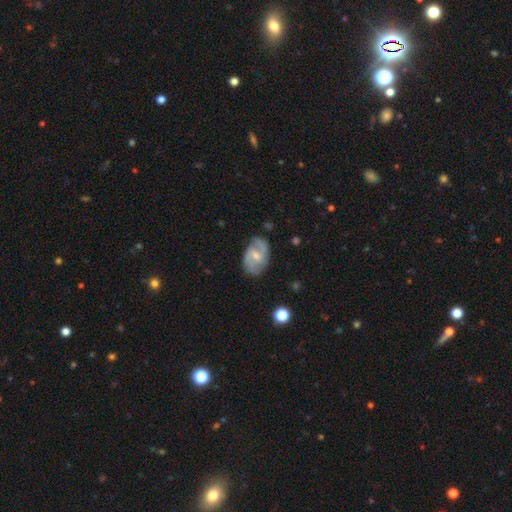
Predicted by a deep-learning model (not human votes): Q: Smooth or featured?
A: featured or disk (70%); runner-up: smooth (24%)
Q: Edge-on disk?
A: no (97%); runner-up: yes (3%)
Q: Bar?
A: weak (55%); runner-up: no (33%)
Q: Spiral arms?
A: yes (90%); runner-up: no (10%)
Q: Spiral winding?
A: medium (49%); runner-up: loose (26%)
Q: Spiral arm count?
A: 2 (81%); runner-up: can't tell (11%)
Q: Bulge size?
A: small (49%); runner-up: moderate (43%)
Q: Merging?
A: none (73%); runner-up: minor disturbance (19%)